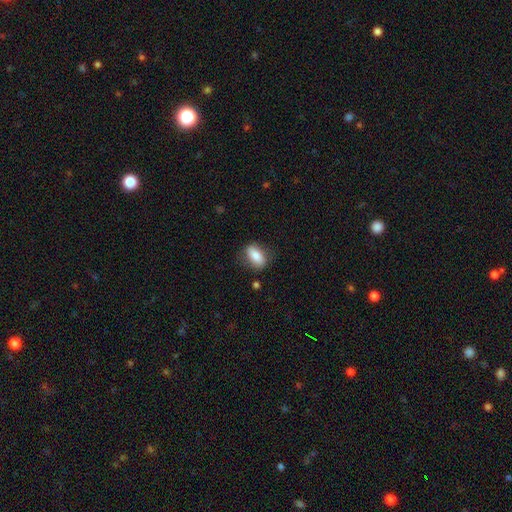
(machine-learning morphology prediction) Smooth or featured: smooth — 80% (featured or disk — 14%)
How rounded: in between — 81% (cigar-shaped — 13%)
Merging: none — 77% (minor disturbance — 17%)